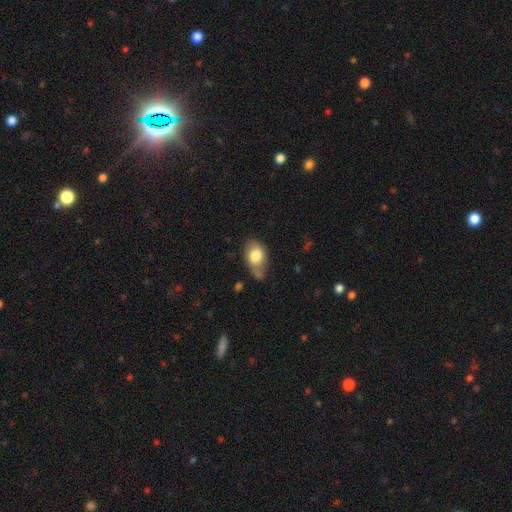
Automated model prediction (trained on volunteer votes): Overall: smooth (78%). How rounded: in between (83%). Merging: none (46%; minor disturbance 32%).